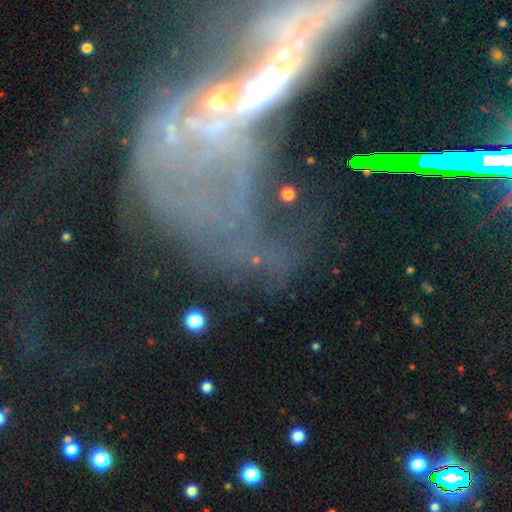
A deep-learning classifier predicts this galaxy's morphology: smooth_or_featured: featured or disk (p=0.58) [alt: star or artifact p=0.25]
disk_edge_on: no (p=0.83) [alt: yes p=0.17]
merging: major disturbance (p=0.35) [alt: merger p=0.29]